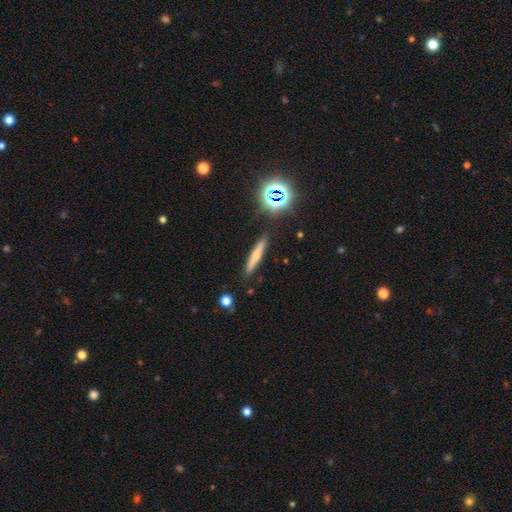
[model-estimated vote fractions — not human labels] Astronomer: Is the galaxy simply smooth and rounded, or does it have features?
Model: smooth — 49% (runner-up: featured or disk, 38%).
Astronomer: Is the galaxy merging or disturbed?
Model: none — 88%.